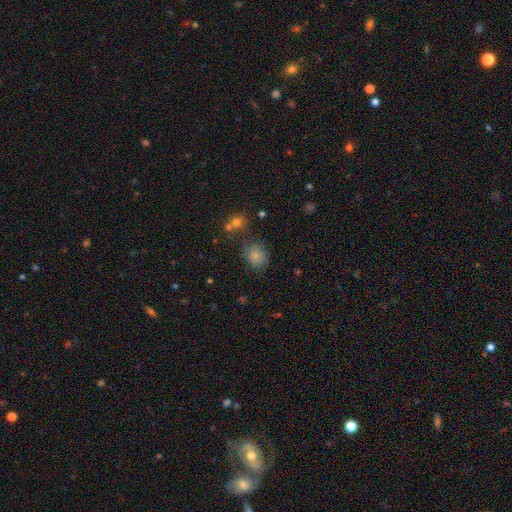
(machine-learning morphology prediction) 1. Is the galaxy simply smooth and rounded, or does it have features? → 81% smooth, 12% star or artifact, 7% featured or disk.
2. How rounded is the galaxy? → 70% round, 29% in between, 1% cigar-shaped.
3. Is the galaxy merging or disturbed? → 71% none, 18% minor disturbance, 6% major disturbance, 5% merger.